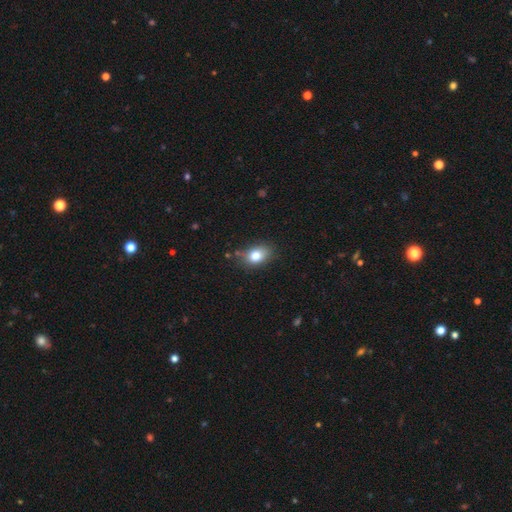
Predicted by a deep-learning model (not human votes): smooth_or_featured: smooth (p=0.81) [alt: star or artifact p=0.10]
how_rounded: in between (p=0.72) [alt: round p=0.26]
merging: none (p=0.77) [alt: minor disturbance p=0.17]